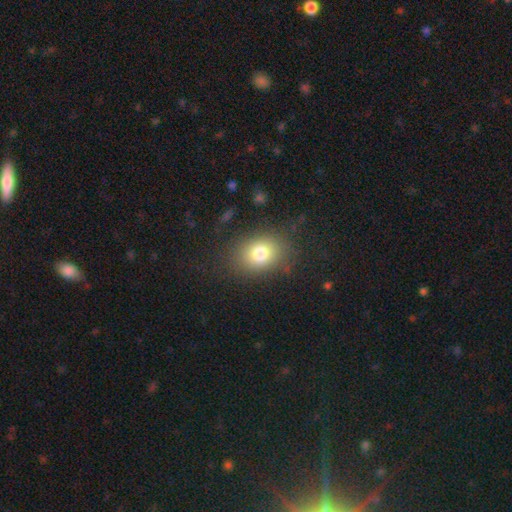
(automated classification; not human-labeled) smooth-or-featured: smooth: 73% | star or artifact: 17% | featured or disk: 9%
  how-rounded: in between: 59% | round: 40% | cigar-shaped: 2%
  merging: none: 83% | minor disturbance: 12% | major disturbance: 4% | merger: 1%